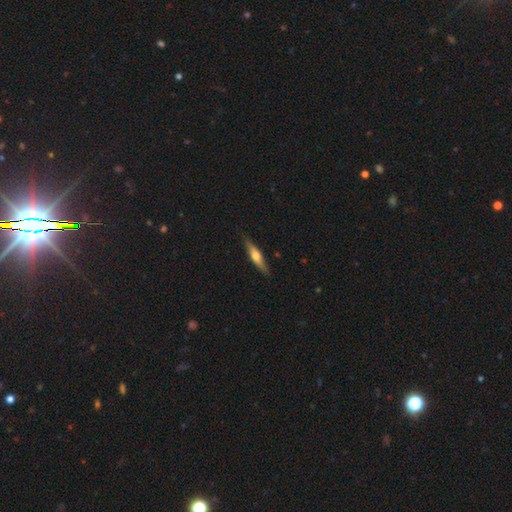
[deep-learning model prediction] This appears to be a featured or disk galaxy (56%) viewed edge-on (93%) with a rounded central bulge (91%). Merging: none (87%).